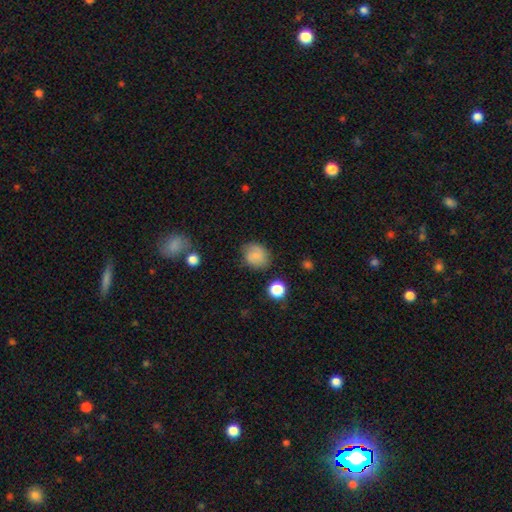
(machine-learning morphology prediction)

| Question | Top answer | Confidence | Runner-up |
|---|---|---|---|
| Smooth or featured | smooth | 77% | featured or disk (13%) |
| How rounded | round | 70% | in between (29%) |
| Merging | none | 77% | minor disturbance (17%) |